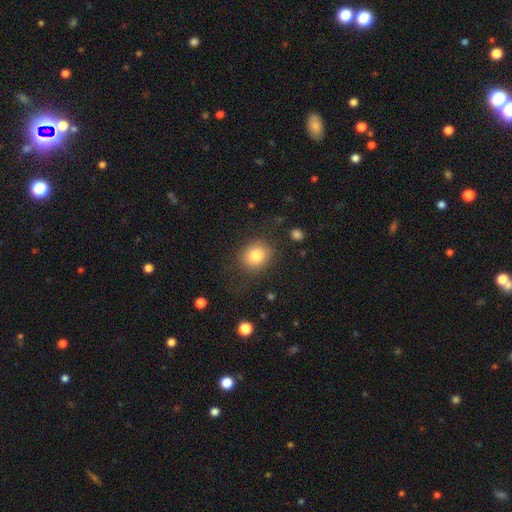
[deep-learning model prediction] A smooth galaxy with no disk features (81%) that is round (69%).

Vote fractions:
- Smooth or featured? smooth: 81% / star or artifact: 10% / featured or disk: 9%
- How rounded? round: 69% / in between: 30% / cigar-shaped: 1%
- Merging? none: 79% / minor disturbance: 13% / major disturbance: 7% / merger: 2%